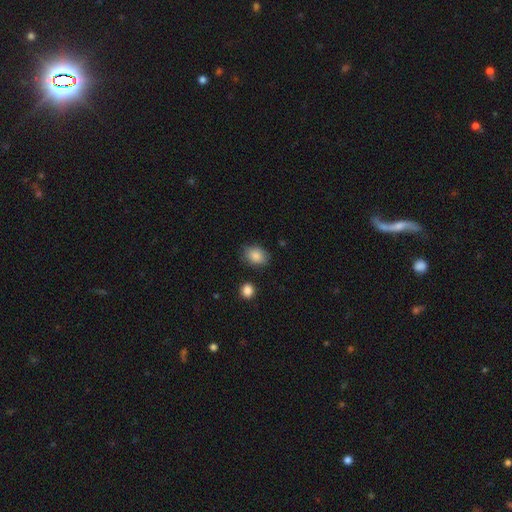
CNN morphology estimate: A smooth galaxy with no disk features (87%) that is in between round and cigar-shaped (68%).

Vote fractions:
- Smooth or featured? smooth: 87% / star or artifact: 8% / featured or disk: 6%
- How rounded? in between: 68% / round: 31% / cigar-shaped: 1%
- Merging? none: 77% / minor disturbance: 16% / major disturbance: 4% / merger: 3%